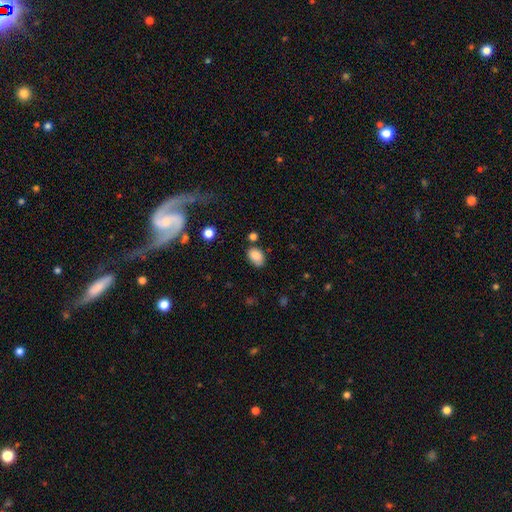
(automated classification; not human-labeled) A smooth galaxy with no disk features (85%) that is in between round and cigar-shaped (81%). Merging: none (69%).